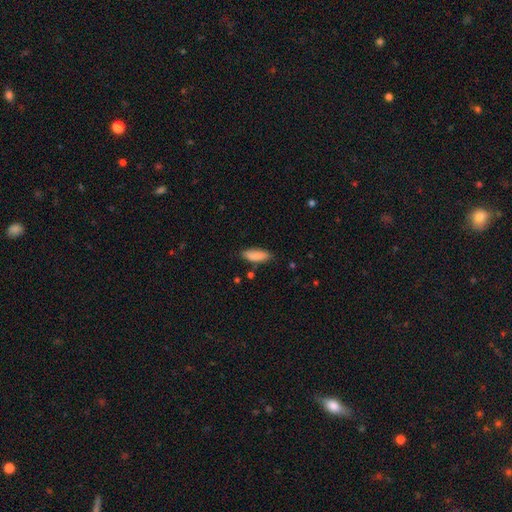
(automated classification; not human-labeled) smooth 88%, star or artifact 6%, featured or disk 6%. Down the decision tree: how rounded — in between (68%); merging — none (79%).